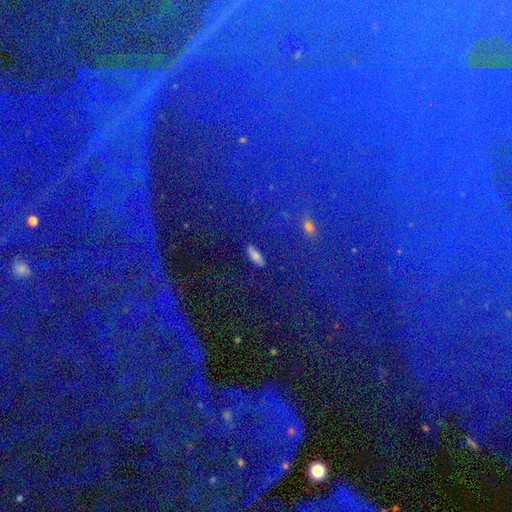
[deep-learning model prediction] Smooth or featured?
  - smooth: 45% *
  - star or artifact: 39%
  - featured or disk: 16%
Merging?
  - none: 79% *
  - minor disturbance: 10%
  - major disturbance: 6%
  - merger: 5%